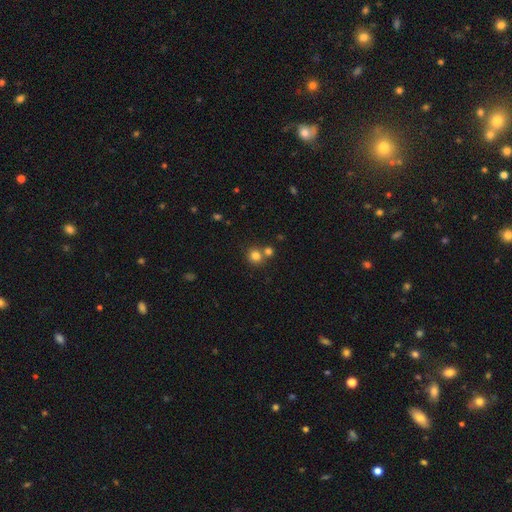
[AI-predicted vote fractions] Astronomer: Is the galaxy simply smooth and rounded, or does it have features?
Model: smooth — 80%.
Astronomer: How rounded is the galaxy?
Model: round — 87%.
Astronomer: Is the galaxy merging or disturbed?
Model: none — 61%.